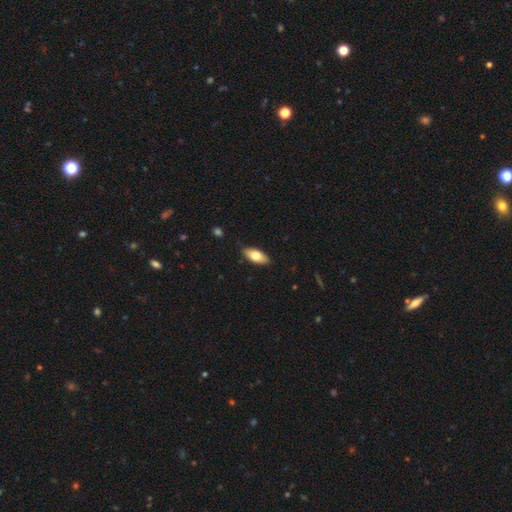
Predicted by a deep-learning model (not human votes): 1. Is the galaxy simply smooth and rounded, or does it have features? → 73% smooth, 20% featured or disk, 6% star or artifact.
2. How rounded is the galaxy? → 85% in between, 12% cigar-shaped, 2% round.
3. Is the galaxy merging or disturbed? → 85% none, 12% minor disturbance, 2% major disturbance, 1% merger.